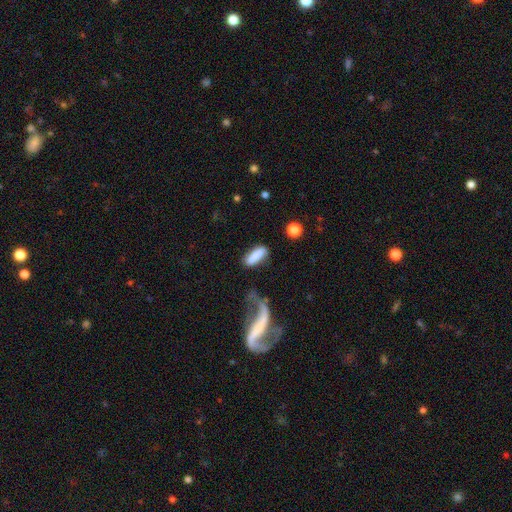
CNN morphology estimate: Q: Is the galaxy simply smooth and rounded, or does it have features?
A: smooth — 80%.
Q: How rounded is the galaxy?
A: in between — 57%.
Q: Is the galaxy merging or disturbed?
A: none — 65%.